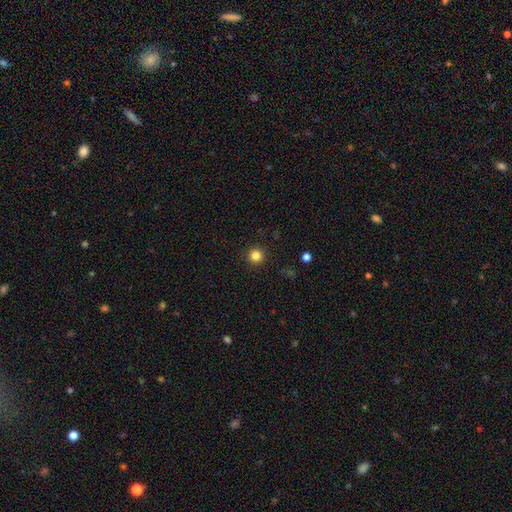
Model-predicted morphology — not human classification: smooth 83%, star or artifact 12%, featured or disk 4%. Down the decision tree: how rounded — round (96%); merging — none (93%).